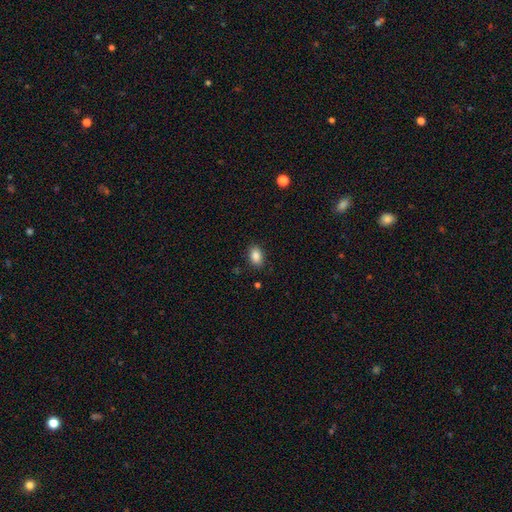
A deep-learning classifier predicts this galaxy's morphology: A smooth galaxy with no disk features (87%) that is in between round and cigar-shaped (87%). Merging: none (85%).